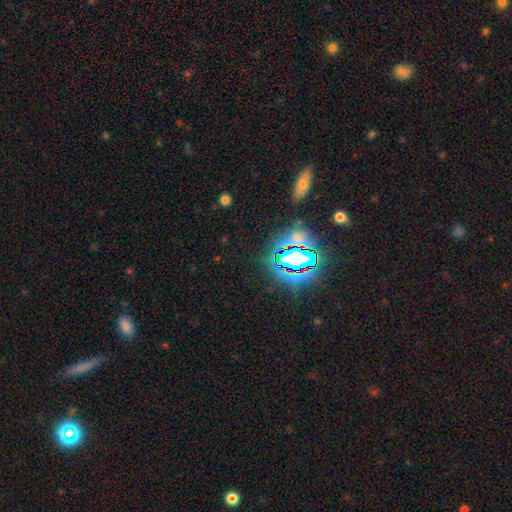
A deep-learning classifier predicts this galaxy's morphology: Overall: star or artifact (73%).